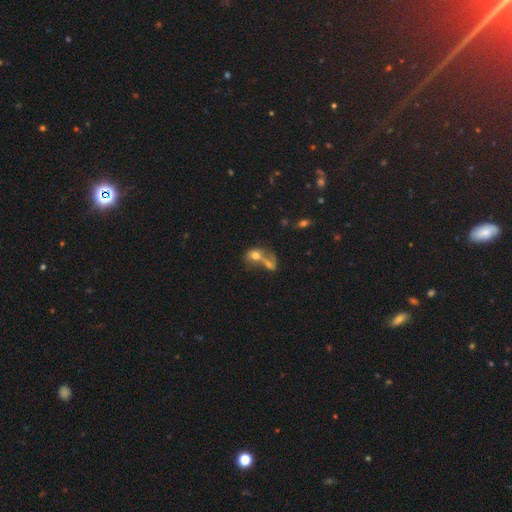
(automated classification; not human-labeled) Morphology: type=smooth (63%); roundness=in between (60%); merging=merger (69%).